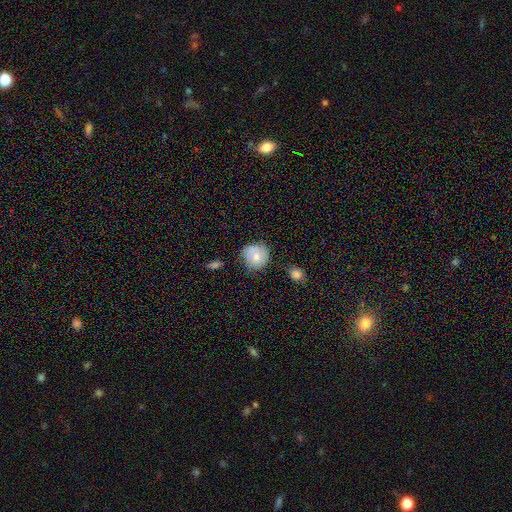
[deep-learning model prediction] Smooth or featured? smooth (68%)
How rounded? round (87%)
Merging? none (63%)